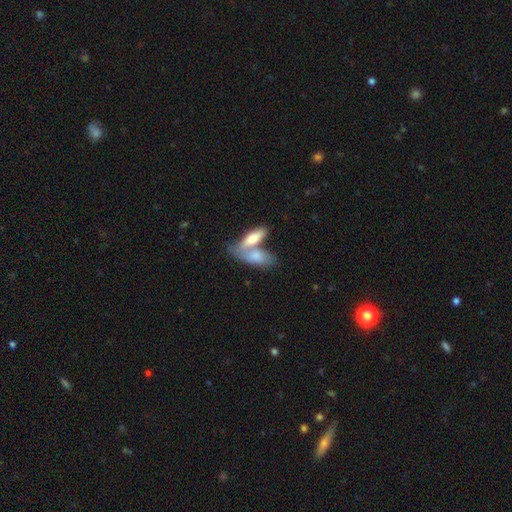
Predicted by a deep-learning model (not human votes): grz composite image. It shows a smooth galaxy with no disk features (72%) that is in between round and cigar-shaped (76%). Merging: merger (63%).